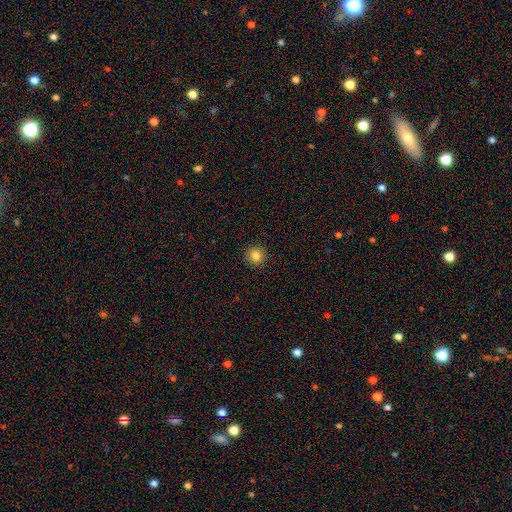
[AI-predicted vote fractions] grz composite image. It shows a smooth galaxy with no disk features (84%) that is round (94%). Merging: none (92%).